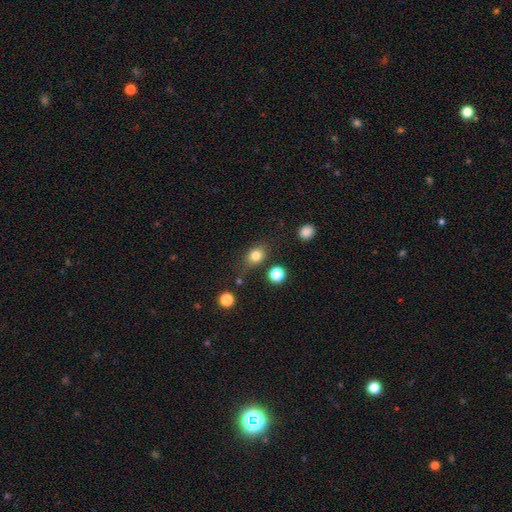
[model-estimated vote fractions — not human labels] Q: Smooth or featured?
A: smooth (80%); runner-up: star or artifact (12%)
Q: How rounded?
A: round (51%); runner-up: in between (47%)
Q: Merging?
A: none (71%); runner-up: minor disturbance (17%)